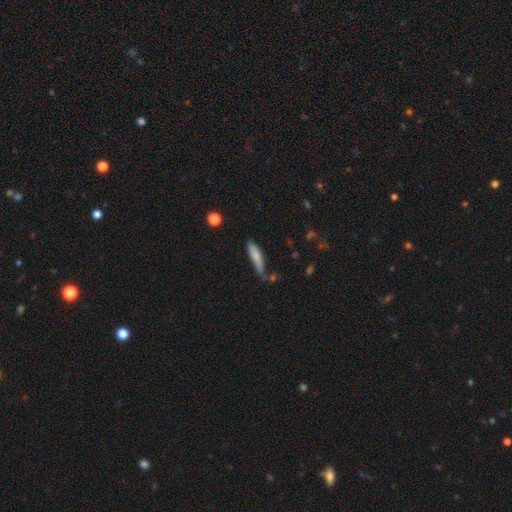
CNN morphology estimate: A smooth galaxy with no disk features (79%) that is cigar-shaped (74%). Merging: none (62%).